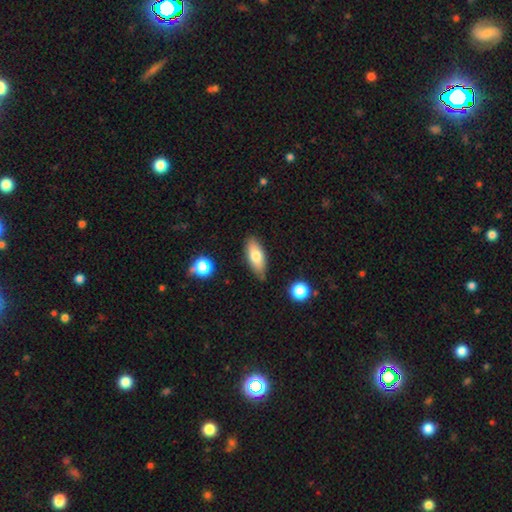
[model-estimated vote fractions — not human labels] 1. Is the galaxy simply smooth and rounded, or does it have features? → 74% smooth, 20% featured or disk, 7% star or artifact.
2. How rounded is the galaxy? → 79% in between, 18% cigar-shaped, 3% round.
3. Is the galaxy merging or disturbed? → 78% none, 16% minor disturbance, 3% merger, 3% major disturbance.